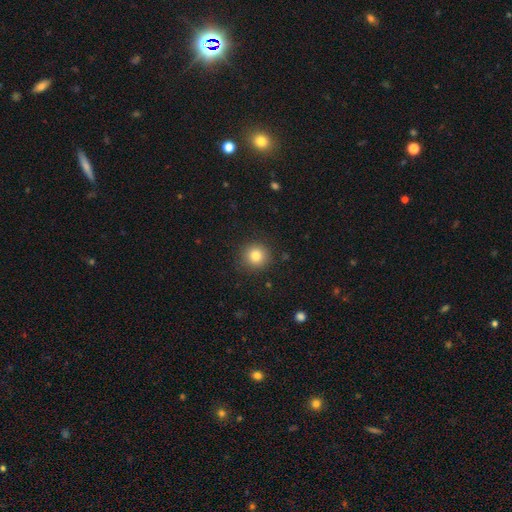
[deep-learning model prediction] Q: Smooth or featured?
A: smooth (82%); runner-up: star or artifact (11%)
Q: How rounded?
A: round (92%); runner-up: in between (7%)
Q: Merging?
A: none (89%); runner-up: minor disturbance (7%)